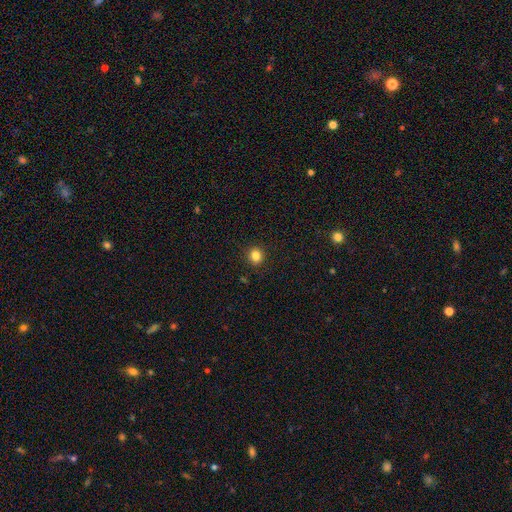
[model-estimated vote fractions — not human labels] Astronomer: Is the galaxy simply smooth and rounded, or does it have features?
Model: smooth — 83%.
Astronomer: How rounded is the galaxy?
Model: round — 88%.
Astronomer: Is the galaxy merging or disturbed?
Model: none — 92%.